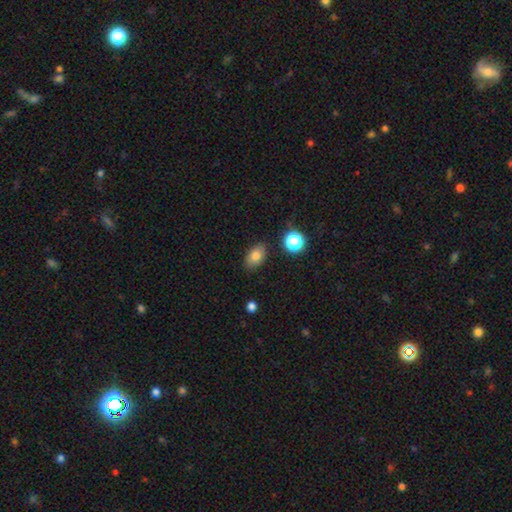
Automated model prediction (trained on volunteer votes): smooth 80%, star or artifact 11%, featured or disk 10%. Down the decision tree: how rounded — in between (86%); merging — none (84%).